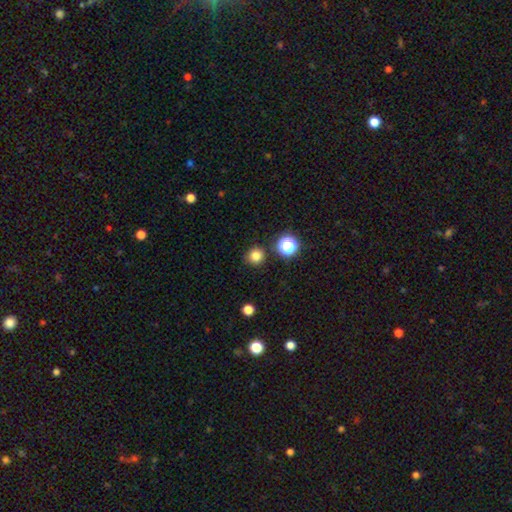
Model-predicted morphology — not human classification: Smooth or featured: smooth — 80% (star or artifact — 16%)
How rounded: round — 93% (in between — 6%)
Merging: none — 88% (minor disturbance — 7%)